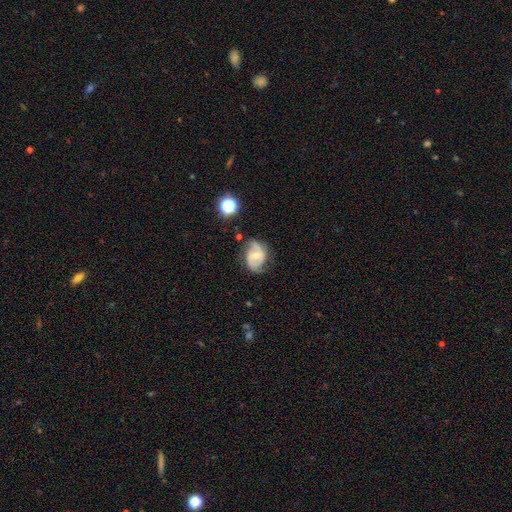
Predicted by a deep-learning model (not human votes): Morphology: type=featured or disk (73%); edge-on=no (97%); bar=no (44%); spiral arms=yes (88%); winding=medium (46%); arm count=2 (81%); bulge=moderate (50%); merging=none (65%).